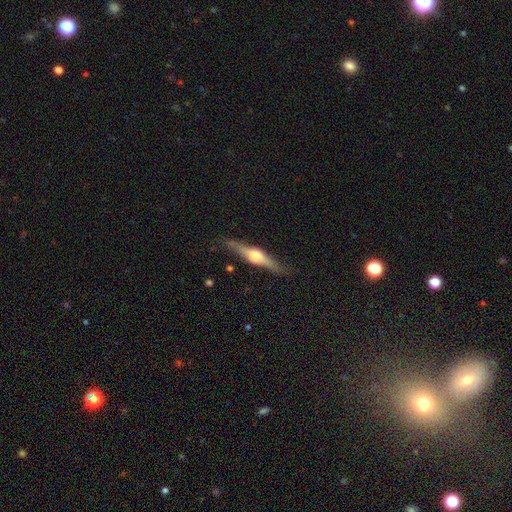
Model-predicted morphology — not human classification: smooth-or-featured: featured or disk: 71% | smooth: 23% | star or artifact: 6%
  disk-edge-on: yes: 97% | no: 3%
    edge-on-bulge: rounded: 90% | boxy: 8% | none: 2%
  merging: none: 84% | minor disturbance: 12% | major disturbance: 3% | merger: 1%